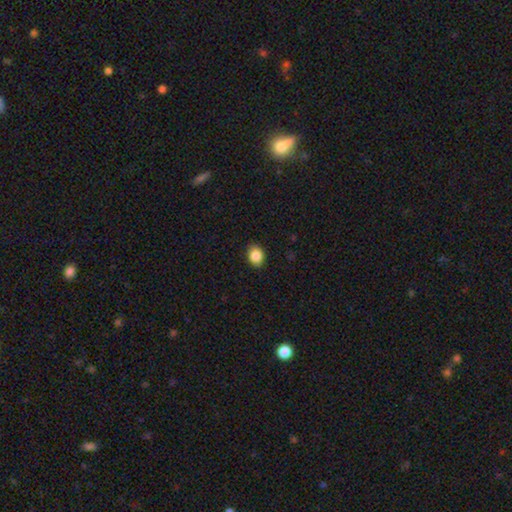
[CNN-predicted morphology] type=smooth (87%); roundness=in between (57%); merging=none (88%).